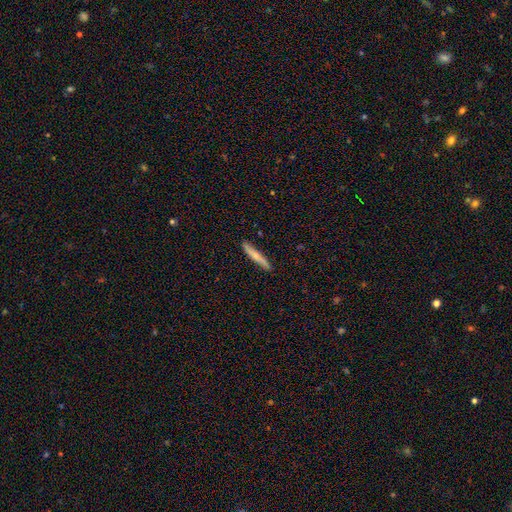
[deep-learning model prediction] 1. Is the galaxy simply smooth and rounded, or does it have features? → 57% smooth, 37% featured or disk, 5% star or artifact.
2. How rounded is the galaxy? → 94% cigar-shaped, 5% in between, 2% round.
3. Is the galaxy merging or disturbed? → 88% none, 9% minor disturbance, 1% major disturbance, 1% merger.